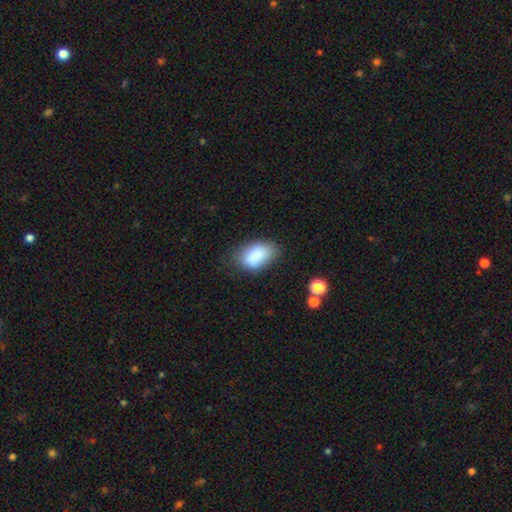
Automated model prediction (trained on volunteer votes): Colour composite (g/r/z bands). It shows a smooth galaxy with no disk features (85%) that is in between round and cigar-shaped (90%). Merging: none (68%).